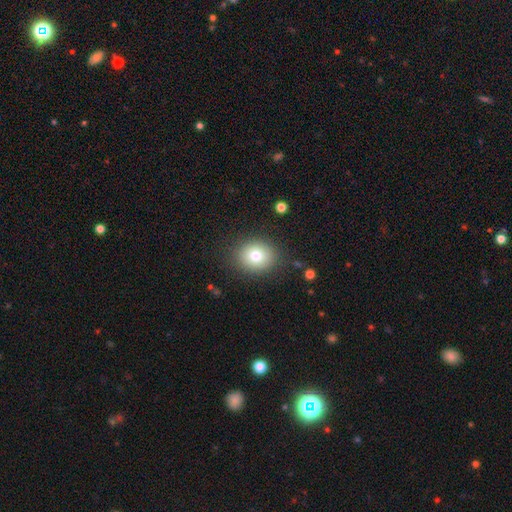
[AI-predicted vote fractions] A smooth galaxy with no disk features (78%) that is round (73%). Merging: none (86%).